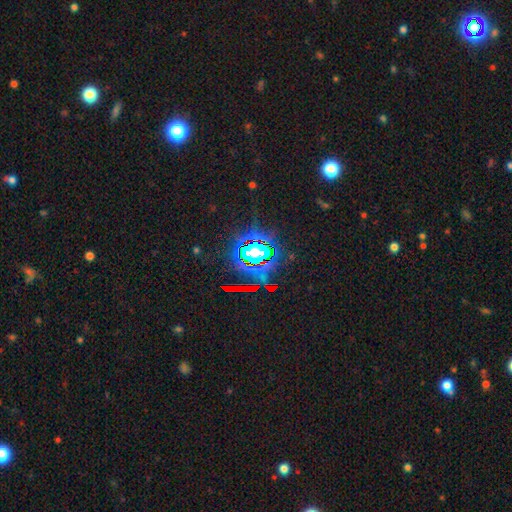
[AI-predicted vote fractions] Smooth or featured? star or artifact (84%)